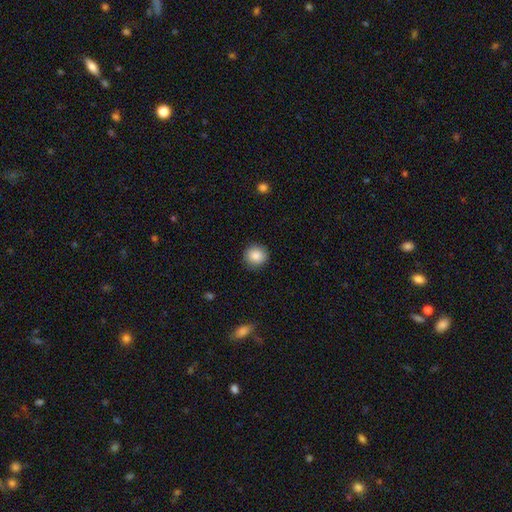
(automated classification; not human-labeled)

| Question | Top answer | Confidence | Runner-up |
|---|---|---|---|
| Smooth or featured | smooth | 87% | star or artifact (8%) |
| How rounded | round | 92% | in between (7%) |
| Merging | none | 90% | minor disturbance (7%) |